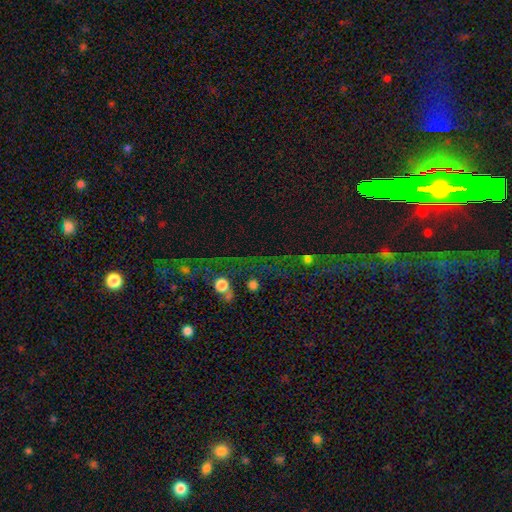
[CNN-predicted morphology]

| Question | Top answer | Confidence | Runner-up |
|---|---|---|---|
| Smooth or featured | star or artifact | 58% | smooth (25%) |